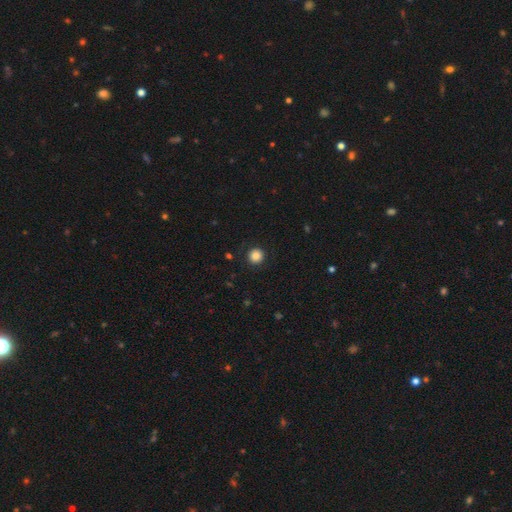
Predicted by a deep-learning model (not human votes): Morphology: type=smooth (84%); roundness=round (95%); merging=none (91%).